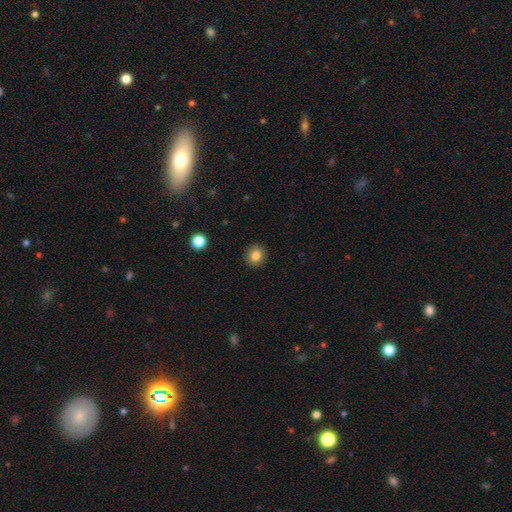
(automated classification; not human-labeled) A smooth galaxy with no disk features (83%) that is round (88%). Merging: none (92%).